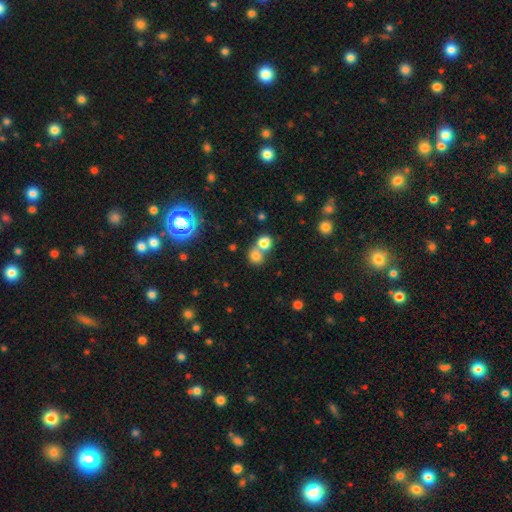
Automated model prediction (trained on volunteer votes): The model was most divided on "merging": merger: 57%, none: 35%, minor disturbance: 6%, major disturbance: 3%. More confident: smooth or featured — smooth (76%); how rounded — round (75%).